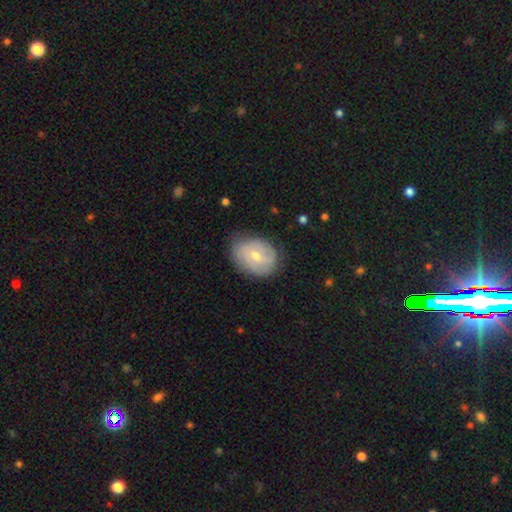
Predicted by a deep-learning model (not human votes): This appears to be a featured or disk galaxy (69%) with no bar (46%), 2 (44%) tight (60%) spiral arms (85%) and a moderate central bulge (50%). Merging: none (75%).